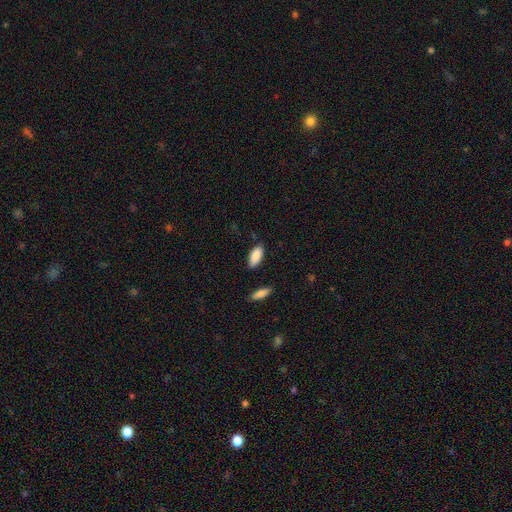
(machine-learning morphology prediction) Smooth or featured?
  - smooth: 89% *
  - star or artifact: 6%
  - featured or disk: 5%
How rounded?
  - in between: 87% *
  - cigar-shaped: 11%
  - round: 2%
Merging?
  - none: 83% *
  - minor disturbance: 12%
  - major disturbance: 2%
  - merger: 2%